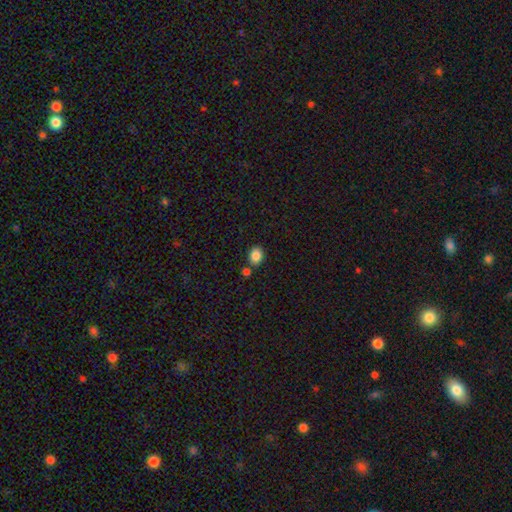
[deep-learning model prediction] Overall: smooth (86%). How rounded: in between (57%; round 42%). Merging: none (73%).